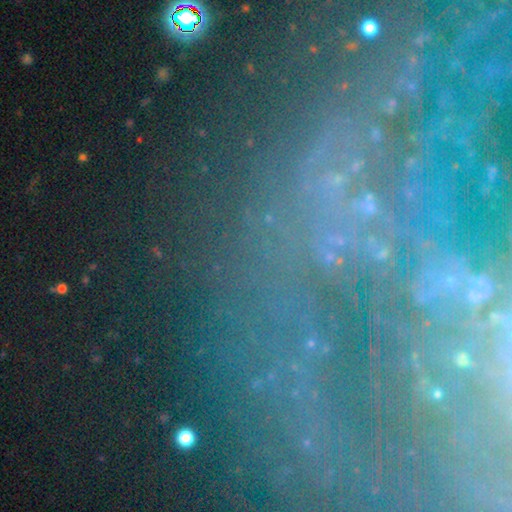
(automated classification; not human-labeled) Smooth or featured: star or artifact — 49% (featured or disk — 32%)